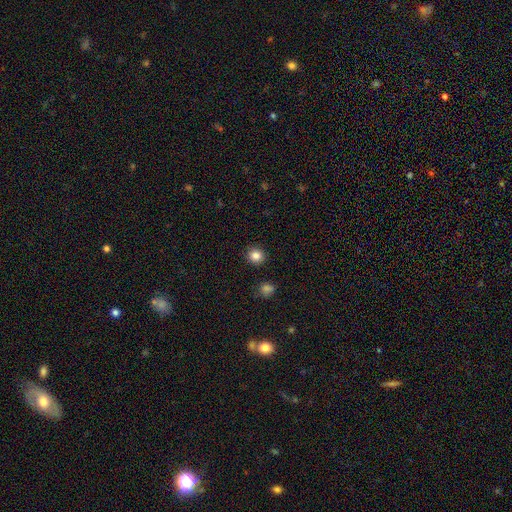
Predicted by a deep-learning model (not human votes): smooth_or_featured: smooth (p=0.85) [alt: star or artifact p=0.11]
how_rounded: round (p=0.88) [alt: in between p=0.11]
merging: none (p=0.91) [alt: minor disturbance p=0.06]